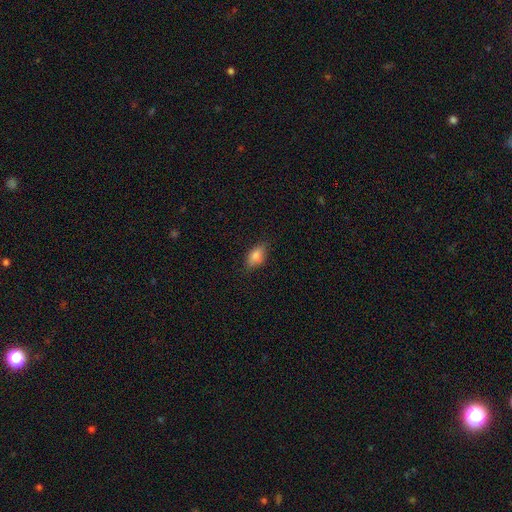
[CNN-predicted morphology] This appears to be a smooth galaxy with no disk features (81%) that is in between round and cigar-shaped (87%). Merging: none (79%).